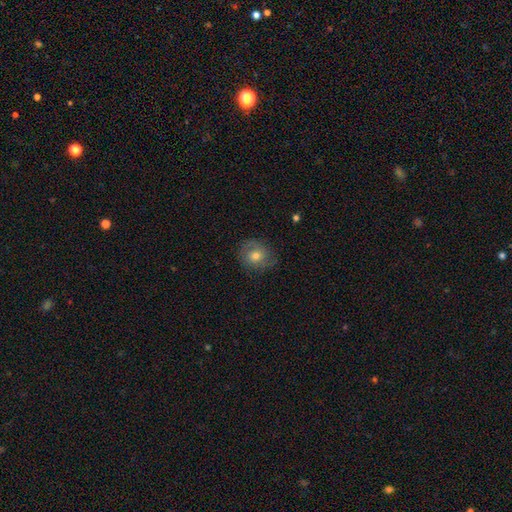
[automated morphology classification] Q: Smooth or featured?
A: smooth (58%); runner-up: featured or disk (33%)
Q: How rounded?
A: round (81%); runner-up: in between (18%)
Q: Merging?
A: none (75%); runner-up: minor disturbance (18%)